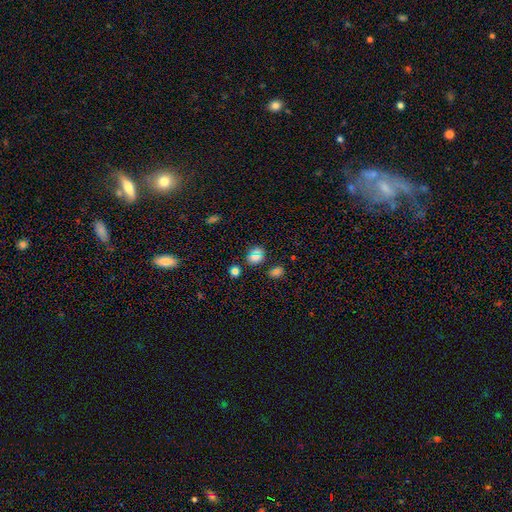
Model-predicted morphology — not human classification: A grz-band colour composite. It shows a smooth galaxy with no disk features (55%) that is round (73%). Merging: none (78%).